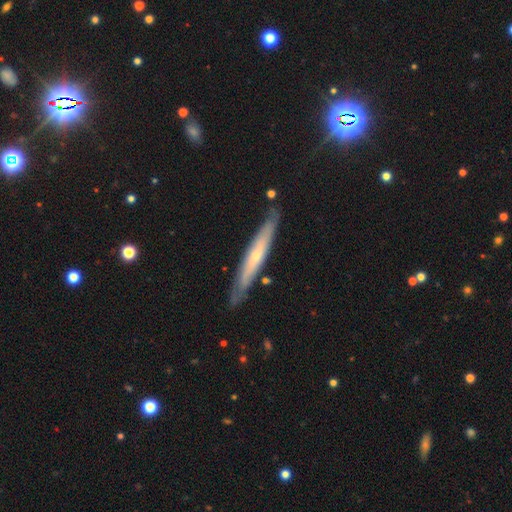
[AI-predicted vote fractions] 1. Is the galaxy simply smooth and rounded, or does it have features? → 63% featured or disk, 31% smooth, 5% star or artifact.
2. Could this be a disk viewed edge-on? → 80% yes, 20% no.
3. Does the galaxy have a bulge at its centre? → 58% rounded, 38% none, 4% boxy.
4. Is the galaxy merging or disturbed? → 82% none, 14% minor disturbance, 2% major disturbance, 2% merger.